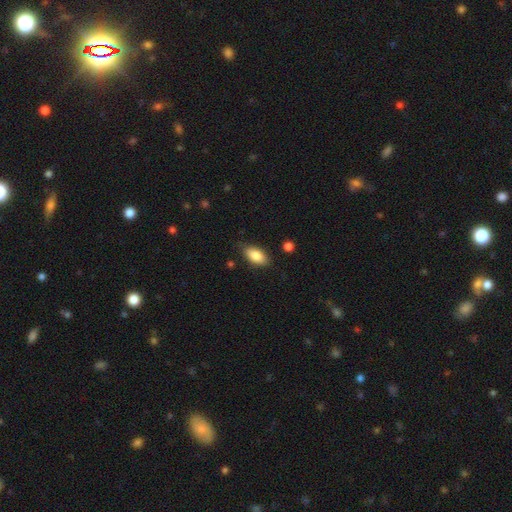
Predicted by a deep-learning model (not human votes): The model was most divided on "merging": none: 81%, minor disturbance: 15%, major disturbance: 3%, merger: 2%. More confident: how rounded — in between (90%); smooth or featured — smooth (85%).